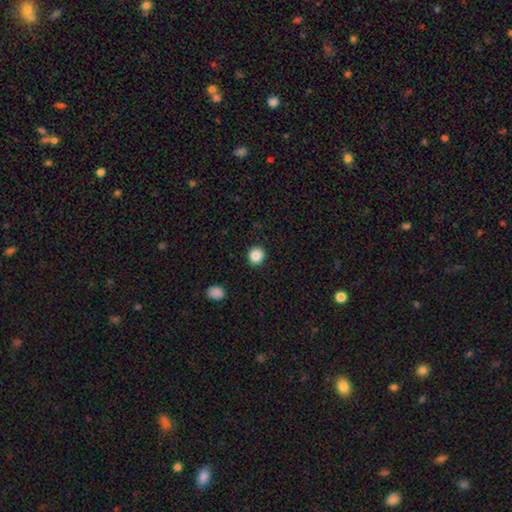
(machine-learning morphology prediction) A smooth galaxy with no disk features (86%) that is round (90%). Merging: none (91%).